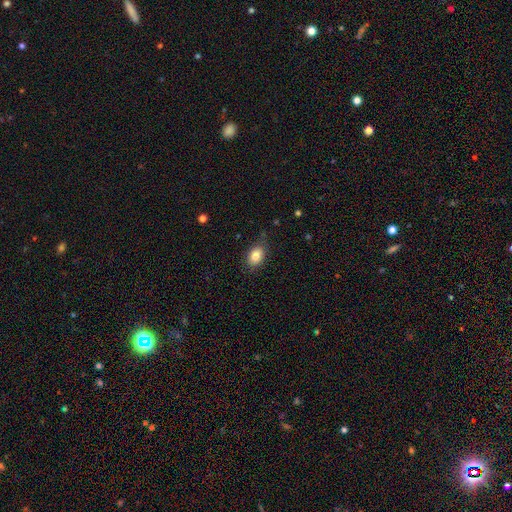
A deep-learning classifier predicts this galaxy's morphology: Overall: smooth (85%). How rounded: in between (83%). Merging: none (76%).